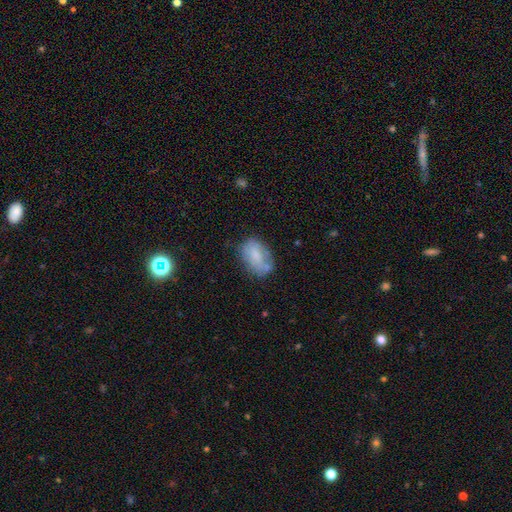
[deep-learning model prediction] The model was most divided on "merging": none: 57%, minor disturbance: 26%, major disturbance: 9%, merger: 7%. More confident: how rounded — in between (87%); smooth or featured — smooth (69%).